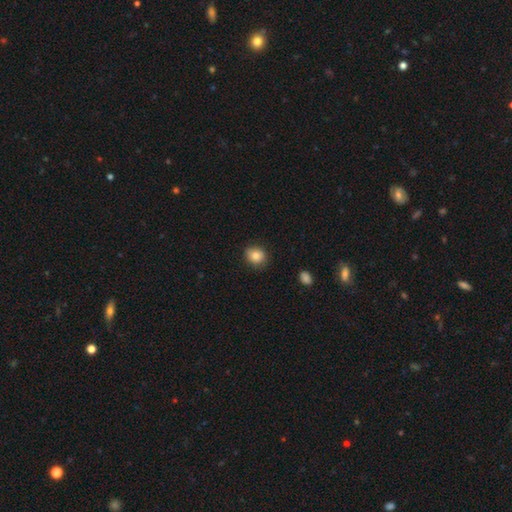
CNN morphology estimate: Smooth or featured: smooth — 84% (star or artifact — 9%)
How rounded: round — 67% (in between — 32%)
Merging: none — 81% (minor disturbance — 15%)